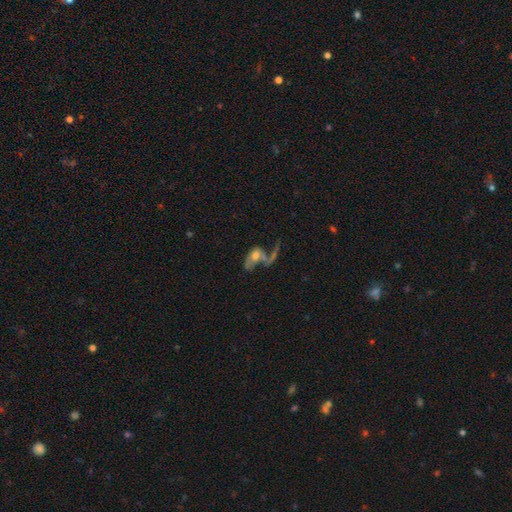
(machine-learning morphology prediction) The model was most divided on "smooth or featured": featured or disk: 51%, smooth: 39%, star or artifact: 10%. Remaining: edge-on disk — no (92%); merging — merger (43%).